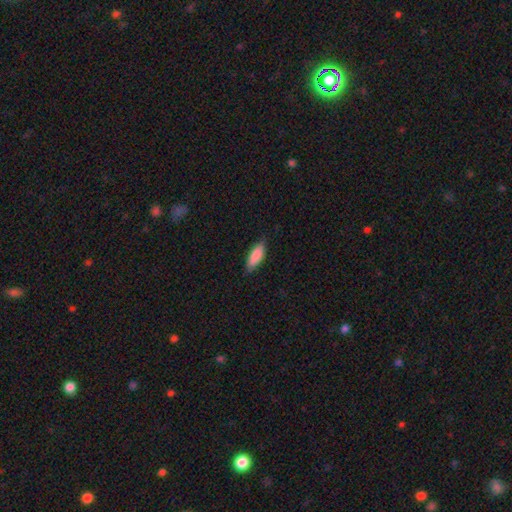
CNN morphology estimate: A smooth galaxy with no disk features (86%) that is in between round and cigar-shaped (64%). Merging: none (81%).